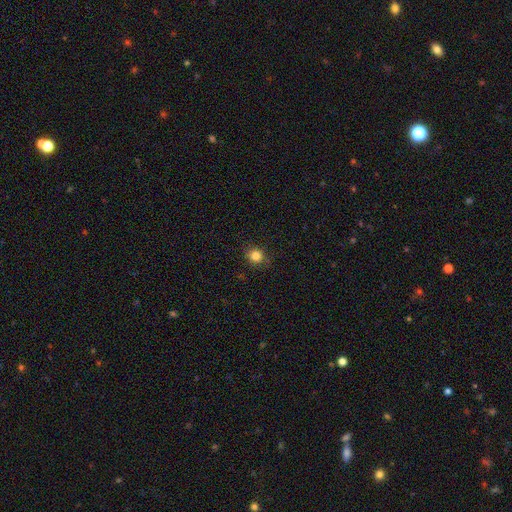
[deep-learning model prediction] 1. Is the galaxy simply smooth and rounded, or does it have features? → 83% smooth, 12% star or artifact, 5% featured or disk.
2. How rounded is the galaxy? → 83% round, 16% in between, 1% cigar-shaped.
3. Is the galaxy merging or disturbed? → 87% none, 10% minor disturbance, 2% major disturbance, 1% merger.